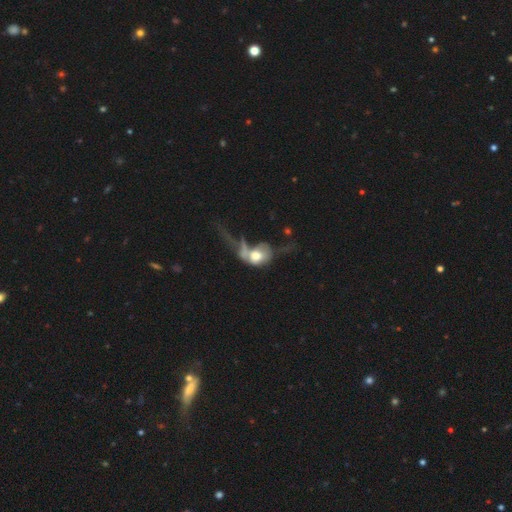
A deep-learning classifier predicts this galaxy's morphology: smooth-or-featured: smooth: 54% | featured or disk: 37% | star or artifact: 9%
  how-rounded: in between: 56% | round: 41% | cigar-shaped: 3%
  merging: major disturbance: 43% | merger: 33% | none: 14% | minor disturbance: 10%